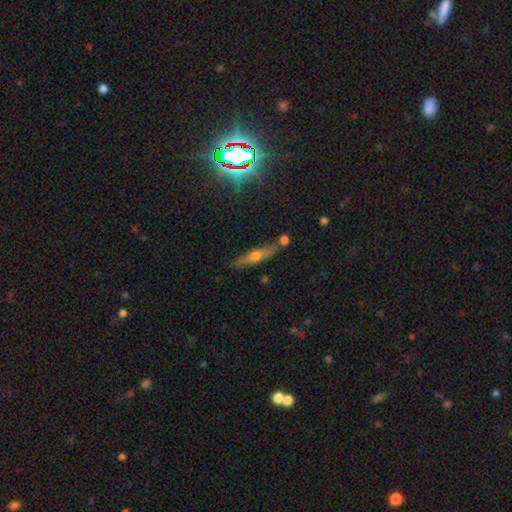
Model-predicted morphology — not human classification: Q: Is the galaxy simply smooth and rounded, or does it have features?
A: featured or disk — 47%.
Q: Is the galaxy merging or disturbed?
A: none — 77%.